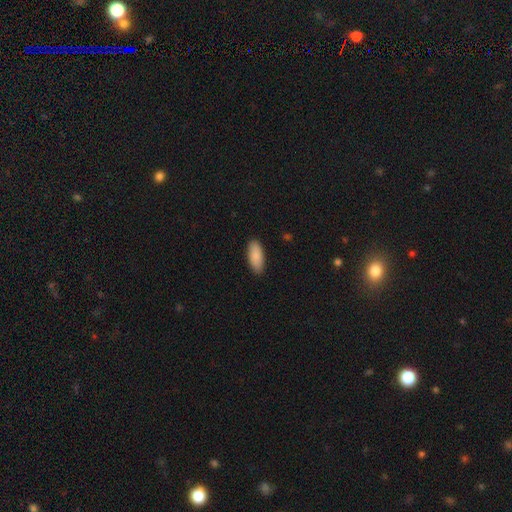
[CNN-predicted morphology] This is clearly a smooth galaxy (89%). How rounded: clearly in between (83%). Merging: clearly none (88%).